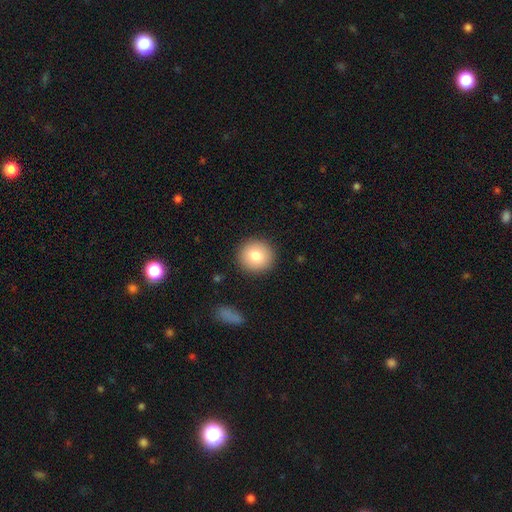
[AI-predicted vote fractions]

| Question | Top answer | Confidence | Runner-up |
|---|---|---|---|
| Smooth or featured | smooth | 80% | featured or disk (11%) |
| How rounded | round | 90% | in between (9%) |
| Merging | none | 90% | minor disturbance (6%) |